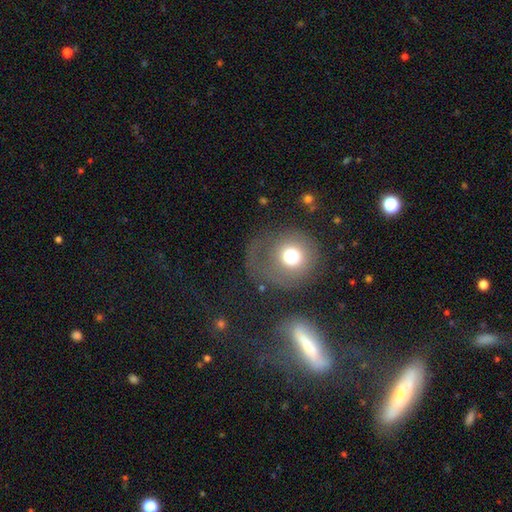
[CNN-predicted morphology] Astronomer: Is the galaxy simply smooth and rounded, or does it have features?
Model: smooth — 46% (runner-up: featured or disk, 38%).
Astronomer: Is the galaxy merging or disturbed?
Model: none — 48% (runner-up: major disturbance, 27%).